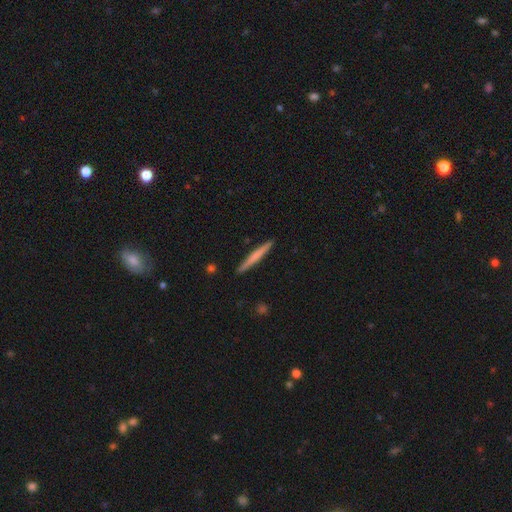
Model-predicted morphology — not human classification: This appears to be a smooth galaxy with no disk features (59%) that is cigar-shaped (97%). Merging: none (92%).